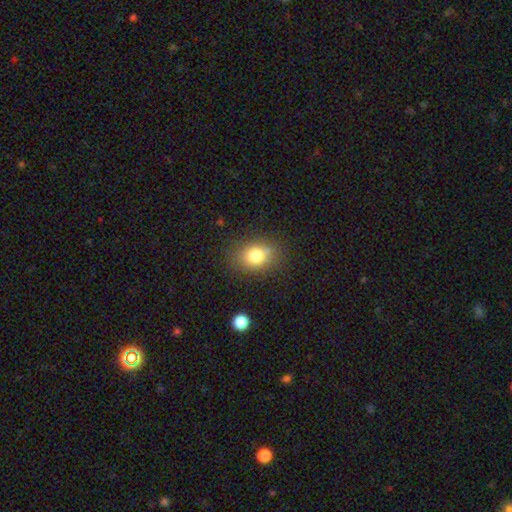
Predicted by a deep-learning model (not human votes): smooth-or-featured: smooth: 79% | star or artifact: 12% | featured or disk: 10%
  how-rounded: in between: 58% | round: 41% | cigar-shaped: 1%
  merging: none: 79% | minor disturbance: 14% | major disturbance: 4% | merger: 3%